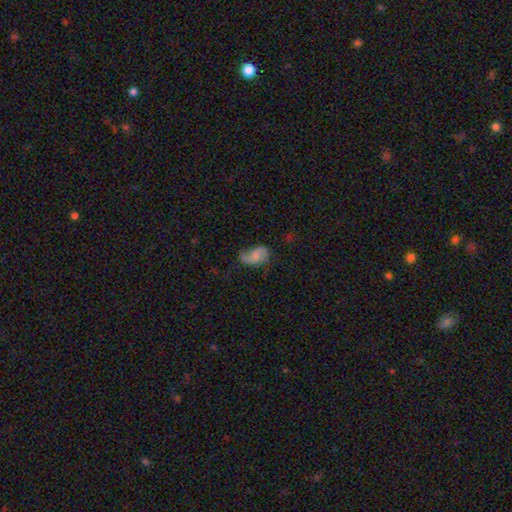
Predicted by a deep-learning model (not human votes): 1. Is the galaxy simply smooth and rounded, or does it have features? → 52% smooth, 39% featured or disk, 9% star or artifact.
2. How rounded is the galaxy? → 89% in between, 9% round, 2% cigar-shaped.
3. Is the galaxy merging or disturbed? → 43% none, 33% minor disturbance, 21% major disturbance, 4% merger.